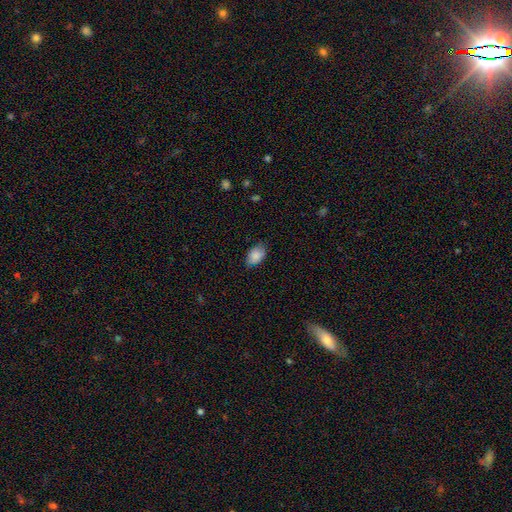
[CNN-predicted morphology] Smooth or featured?
  - smooth: 85% *
  - featured or disk: 8%
  - star or artifact: 7%
How rounded?
  - in between: 89% *
  - round: 10%
  - cigar-shaped: 1%
Merging?
  - none: 76% *
  - minor disturbance: 19%
  - major disturbance: 4%
  - merger: 1%